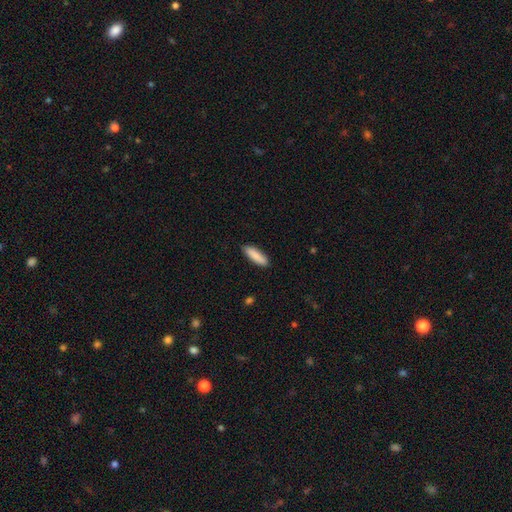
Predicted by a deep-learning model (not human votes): This appears to be a smooth galaxy with no disk features (88%) that is cigar-shaped (61%). Merging: none (89%).